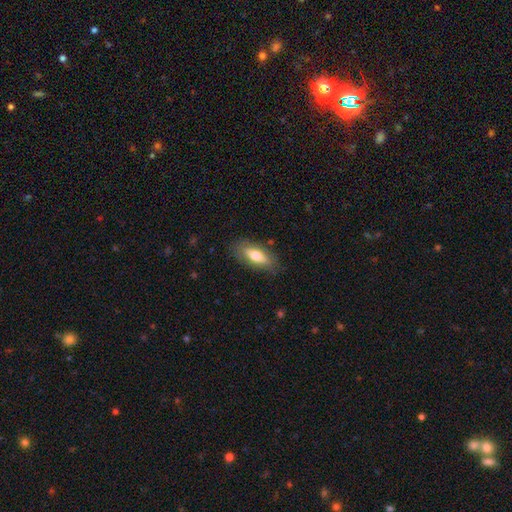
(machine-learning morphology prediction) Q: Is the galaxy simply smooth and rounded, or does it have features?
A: smooth — 65%.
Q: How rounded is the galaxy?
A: in between — 71%.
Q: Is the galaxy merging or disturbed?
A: none — 81%.